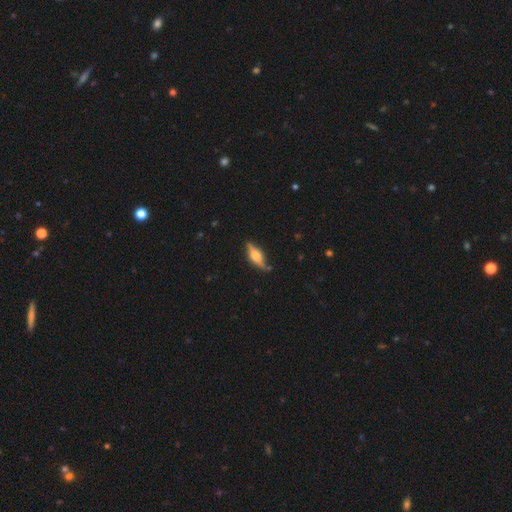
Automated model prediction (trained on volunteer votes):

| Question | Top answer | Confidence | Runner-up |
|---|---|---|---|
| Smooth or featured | featured or disk | 61% | smooth (32%) |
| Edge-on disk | yes | 93% | no (7%) |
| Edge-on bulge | rounded | 85% | boxy (12%) |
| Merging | none | 78% | minor disturbance (16%) |